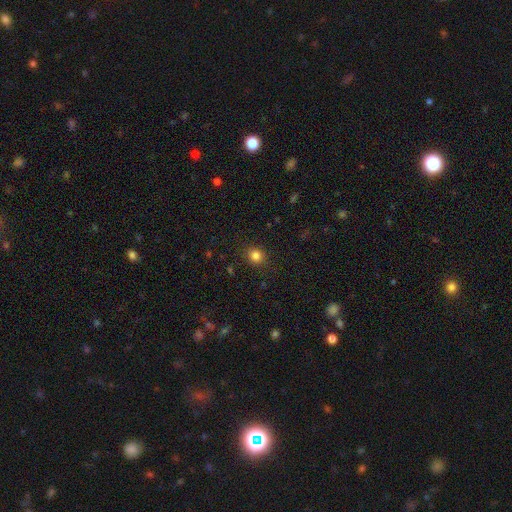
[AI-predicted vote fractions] Overall: smooth (83%). How rounded: round (79%). Merging: none (89%).